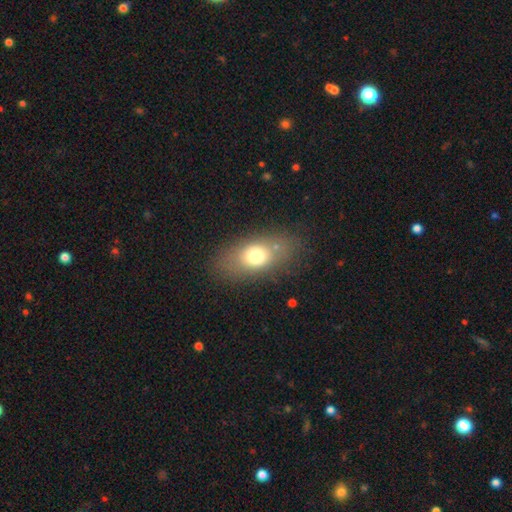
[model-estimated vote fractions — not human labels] smooth 69%, featured or disk 20%, star or artifact 11%. Down the decision tree: how rounded — in between (79%); merging — none (77%).